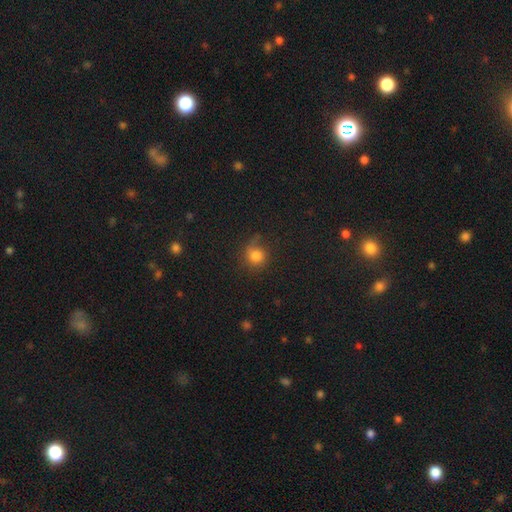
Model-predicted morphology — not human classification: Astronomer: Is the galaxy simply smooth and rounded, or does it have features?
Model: smooth — 78%.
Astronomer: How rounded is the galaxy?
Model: round — 84%.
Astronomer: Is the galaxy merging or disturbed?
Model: none — 64%.